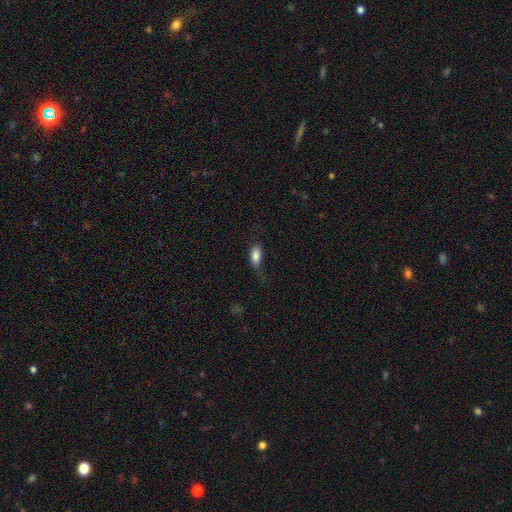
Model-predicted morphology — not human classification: smooth-or-featured: smooth: 83% | featured or disk: 9% | star or artifact: 8%
  how-rounded: in between: 87% | cigar-shaped: 10% | round: 3%
  merging: none: 49% | minor disturbance: 28% | major disturbance: 21% | merger: 2%